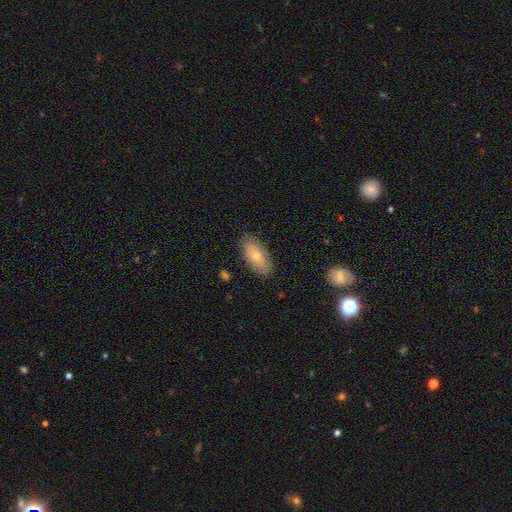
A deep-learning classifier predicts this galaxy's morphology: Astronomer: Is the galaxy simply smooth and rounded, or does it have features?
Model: smooth — 63%.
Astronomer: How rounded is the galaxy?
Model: in between — 88%.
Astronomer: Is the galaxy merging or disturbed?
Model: none — 85%.